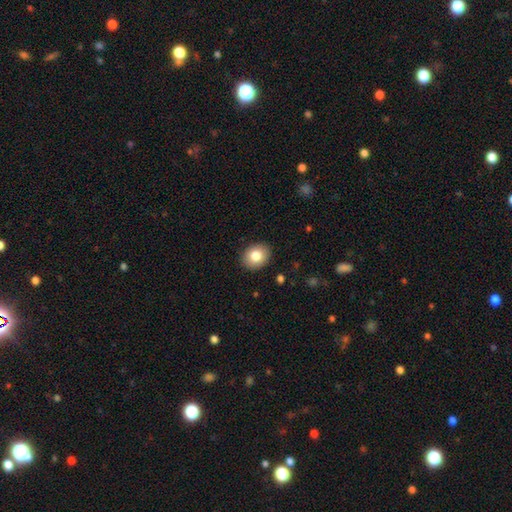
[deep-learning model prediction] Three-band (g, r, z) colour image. It shows a smooth galaxy with no disk features (82%) that is round (50%). Merging: none (90%).